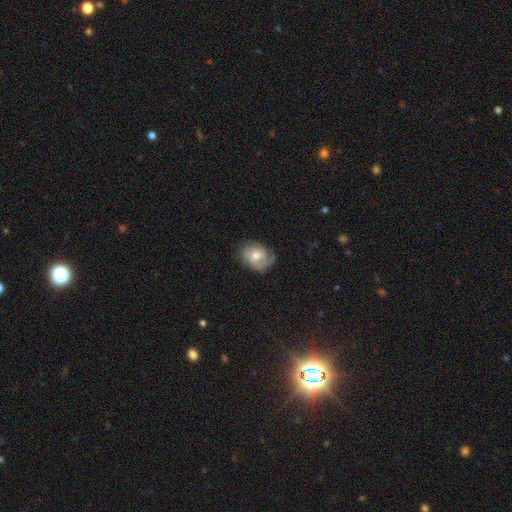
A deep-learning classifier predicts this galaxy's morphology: Smooth or featured: featured or disk — 51% (smooth — 42%)
Edge-on disk: no — 96% (yes — 4%)
Merging: none — 64% (minor disturbance — 26%)